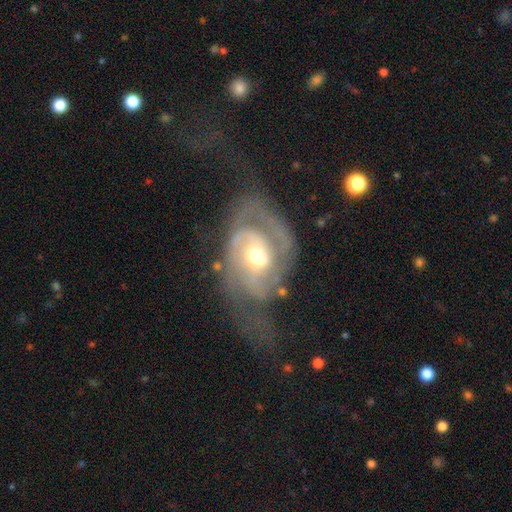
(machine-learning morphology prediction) Overall: featured or disk (87%). Edge-on disk: no (97%). Bar: no (49%; weak 40%). Spiral arms: yes (94%). Spiral arm count: 2 (53%; can't tell 19%). Spiral winding: tight (47%; medium 40%). Bulge size: moderate (64%; small 28%). Merging: none (44%; major disturbance 30%).